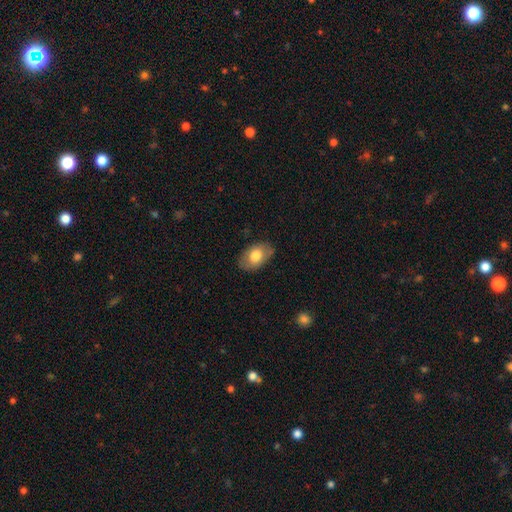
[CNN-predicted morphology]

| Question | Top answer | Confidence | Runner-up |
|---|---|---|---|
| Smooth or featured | smooth | 73% | featured or disk (20%) |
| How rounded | in between | 89% | round (10%) |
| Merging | none | 81% | minor disturbance (15%) |